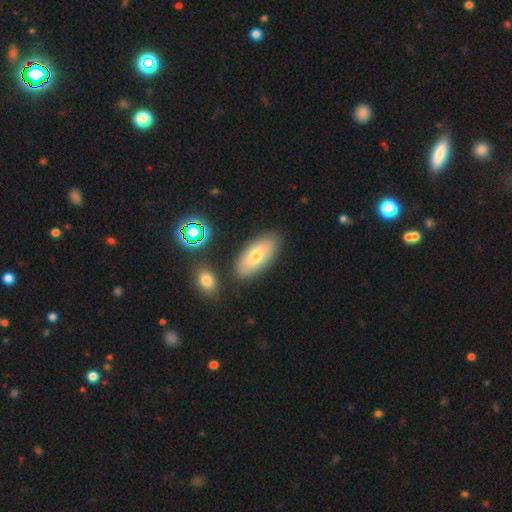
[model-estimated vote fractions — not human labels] smooth-or-featured: smooth: 69% | featured or disk: 23% | star or artifact: 8%
  how-rounded: in between: 90% | cigar-shaped: 8% | round: 3%
  merging: none: 82% | minor disturbance: 11% | merger: 4% | major disturbance: 3%